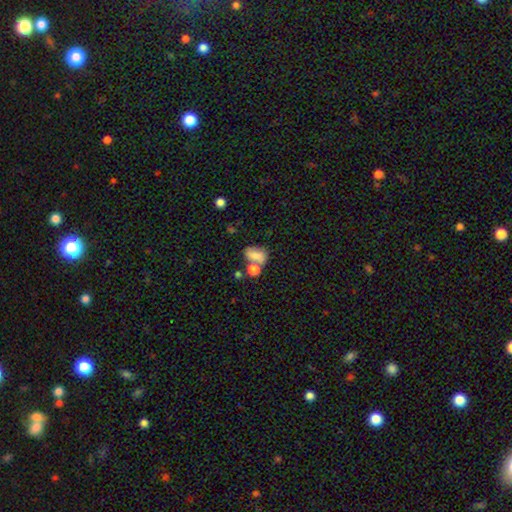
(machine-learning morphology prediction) Smooth or featured? Predicted: smooth (p=0.73). How rounded? Predicted: in between (p=0.79). Merging? Predicted: merger (p=0.43).